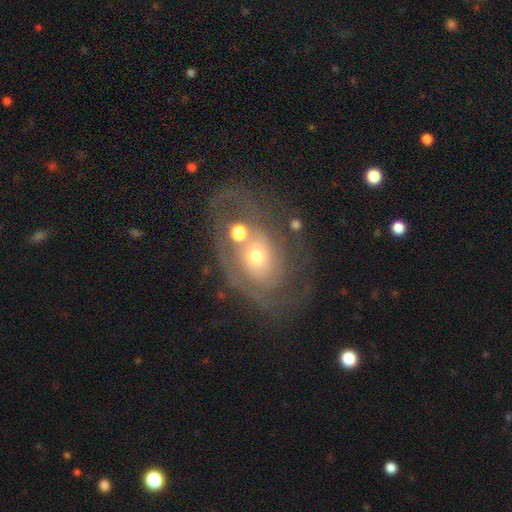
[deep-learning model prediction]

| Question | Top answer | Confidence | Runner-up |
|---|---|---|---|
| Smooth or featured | featured or disk | 71% | smooth (20%) |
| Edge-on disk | no | 95% | yes (5%) |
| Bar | no | 82% | weak (14%) |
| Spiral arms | yes | 69% | no (31%) |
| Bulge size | moderate | 50% | small (42%) |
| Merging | none | 49% | major disturbance (19%) |